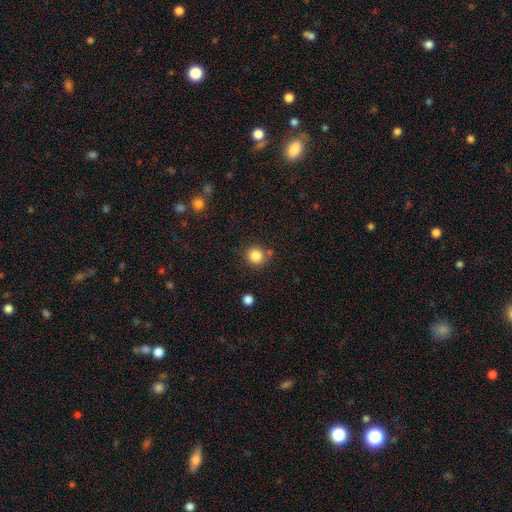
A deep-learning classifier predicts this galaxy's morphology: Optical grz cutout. It shows a smooth galaxy with no disk features (84%) that is round (92%). Merging: none (81%).